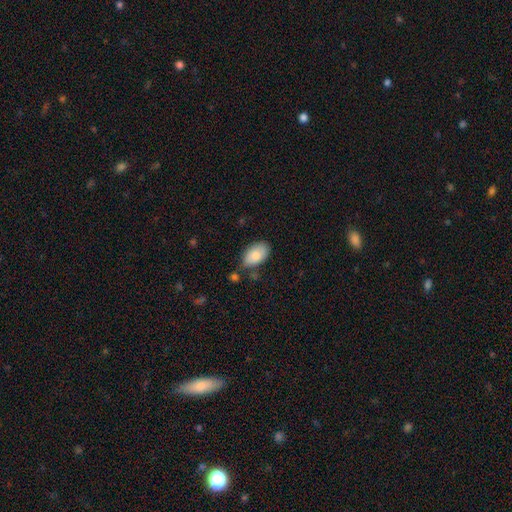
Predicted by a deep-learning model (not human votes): Morphology: type=smooth (80%); roundness=in between (93%); merging=none (70%).